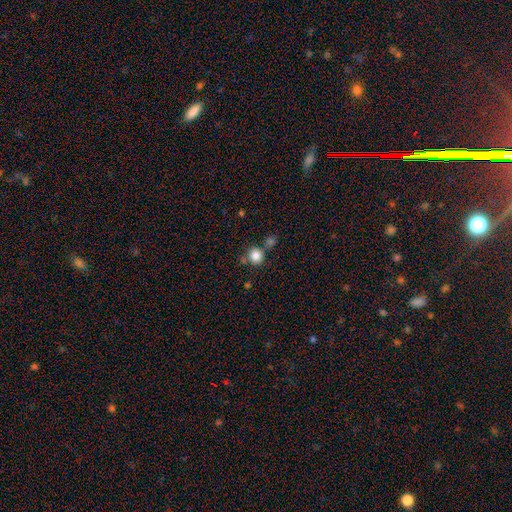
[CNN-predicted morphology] smooth-or-featured: smooth: 84% | star or artifact: 11% | featured or disk: 5%
  how-rounded: round: 93% | in between: 7% | cigar-shaped: 1%
  merging: none: 70% | merger: 16% | minor disturbance: 10% | major disturbance: 4%